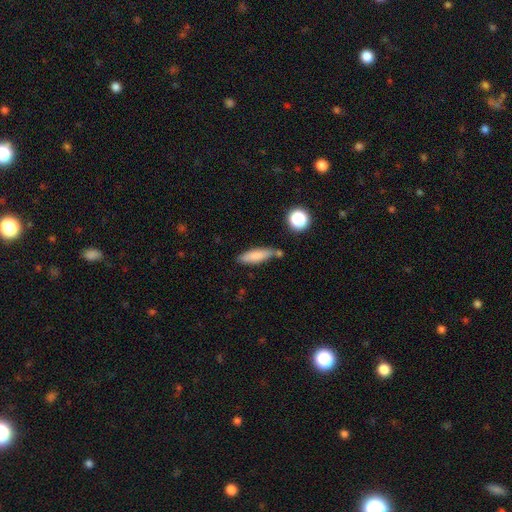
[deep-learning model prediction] Overall: smooth (80%). How rounded: cigar-shaped (57%; in between 40%). Merging: none (67%).